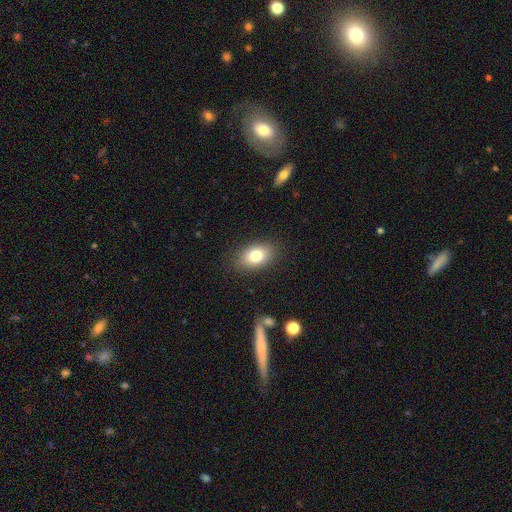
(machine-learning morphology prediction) A smooth galaxy with no disk features (79%) that is in between round and cigar-shaped (87%). Merging: none (86%).